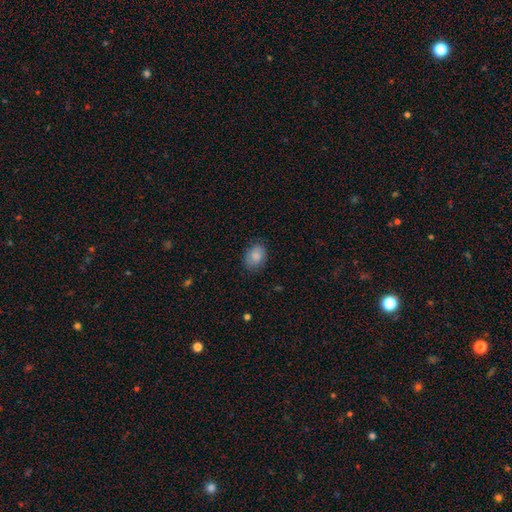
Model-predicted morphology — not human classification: A smooth galaxy with no disk features (85%) that is in between round and cigar-shaped (70%). Merging: none (81%).